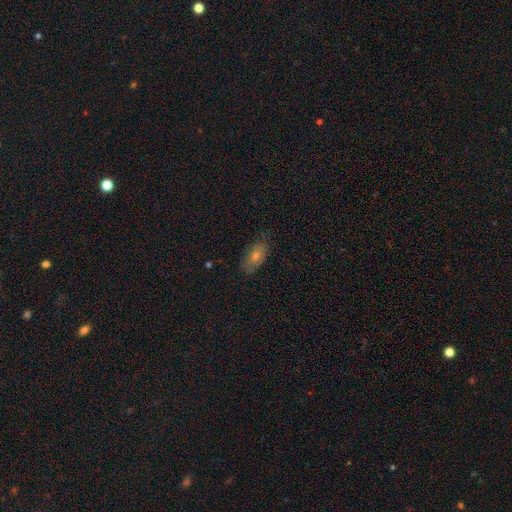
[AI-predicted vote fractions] smooth_or_featured: smooth (p=0.58) [alt: featured or disk p=0.28]
how_rounded: in between (p=0.83) [alt: cigar-shaped p=0.11]
merging: none (p=0.79) [alt: minor disturbance p=0.16]